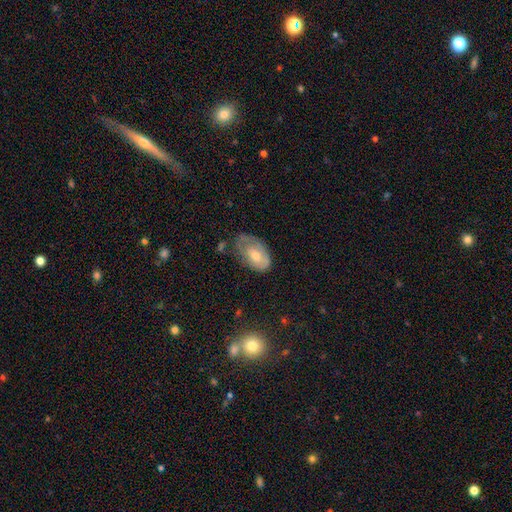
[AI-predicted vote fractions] The model was most divided on "smooth or featured": featured or disk: 47%, smooth: 45%, star or artifact: 8%. More confident: merging — none (54%).